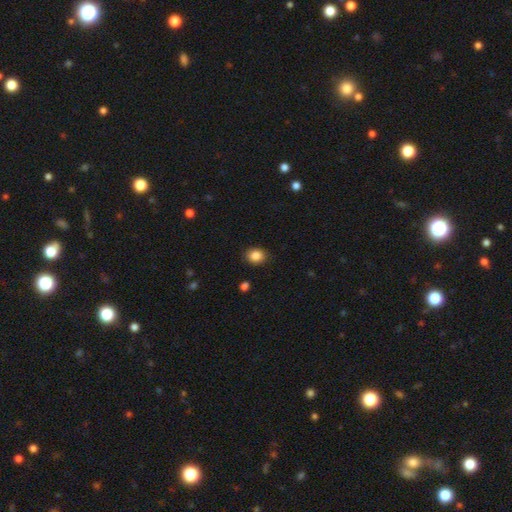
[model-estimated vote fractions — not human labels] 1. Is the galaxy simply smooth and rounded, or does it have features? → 87% smooth, 9% star or artifact, 4% featured or disk.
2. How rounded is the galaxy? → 57% round, 42% in between, 1% cigar-shaped.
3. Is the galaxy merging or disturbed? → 88% none, 9% minor disturbance, 2% major disturbance, 1% merger.